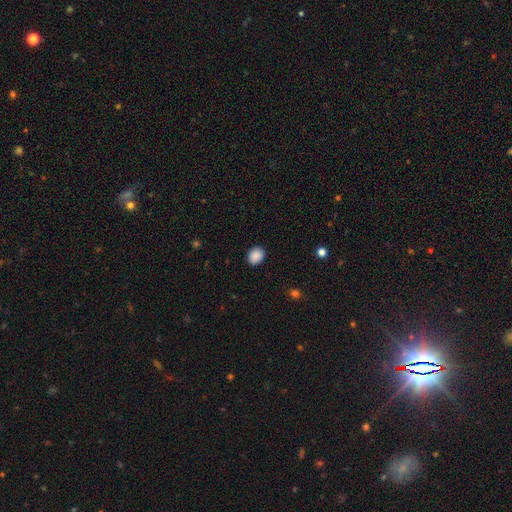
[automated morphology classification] This is clearly a smooth galaxy (89%). How rounded: likely round (62%). Merging: clearly none (89%).